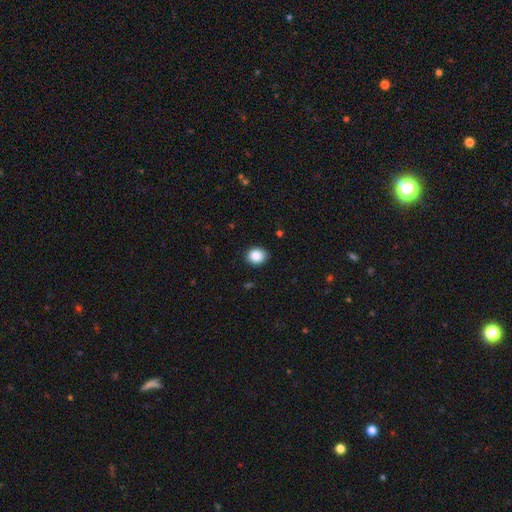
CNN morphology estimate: Smooth or featured: smooth — 87% (star or artifact — 9%)
How rounded: round — 61% (in between — 38%)
Merging: none — 88% (minor disturbance — 9%)